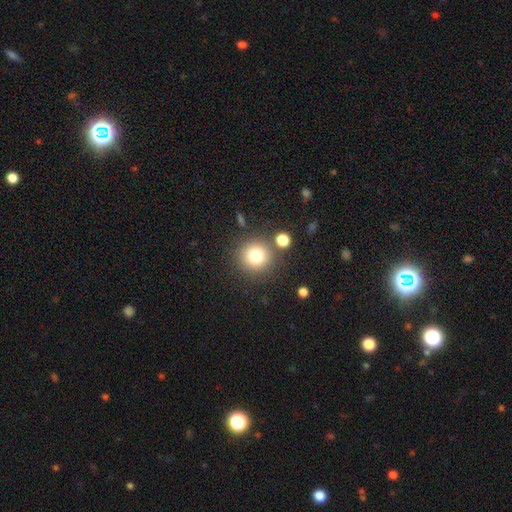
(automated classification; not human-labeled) A smooth galaxy with no disk features (79%) that is round (93%). Merging: none (81%).